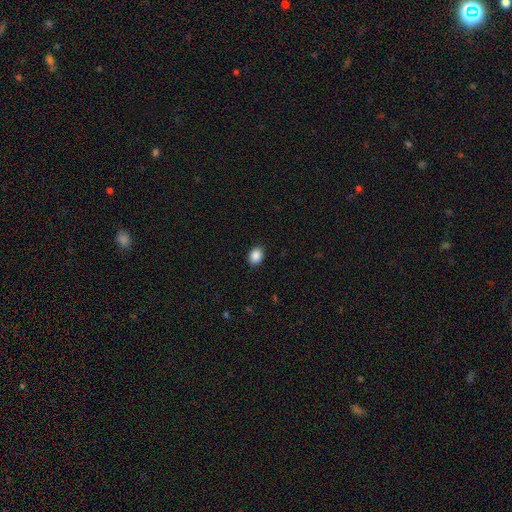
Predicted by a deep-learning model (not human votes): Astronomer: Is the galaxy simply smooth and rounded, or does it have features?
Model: smooth — 89%.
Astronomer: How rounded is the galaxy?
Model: in between — 64%.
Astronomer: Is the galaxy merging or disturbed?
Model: none — 90%.